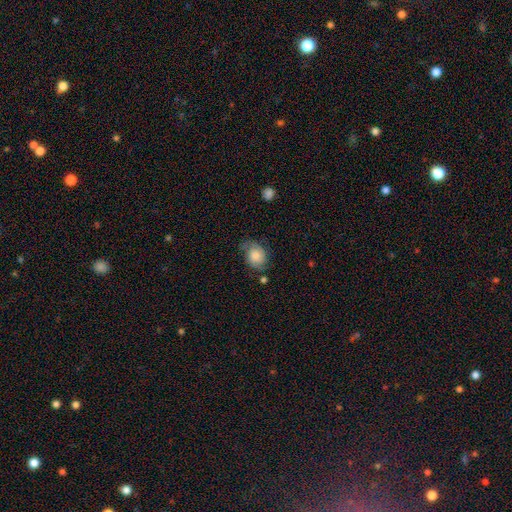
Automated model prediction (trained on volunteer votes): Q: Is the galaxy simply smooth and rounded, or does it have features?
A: smooth — 48%.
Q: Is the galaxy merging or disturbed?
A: none — 55%.